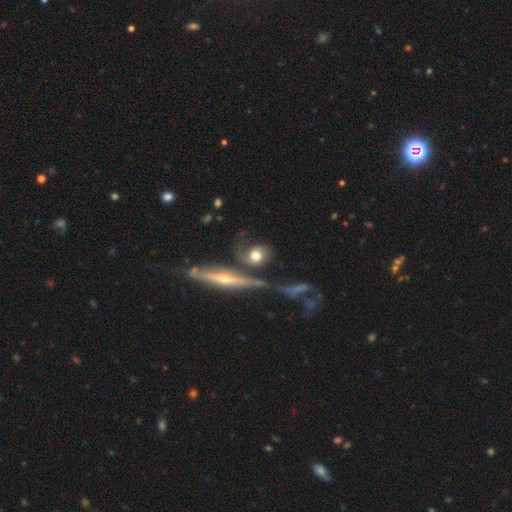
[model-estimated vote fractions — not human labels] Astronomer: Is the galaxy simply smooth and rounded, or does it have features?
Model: smooth — 50% (runner-up: featured or disk, 43%).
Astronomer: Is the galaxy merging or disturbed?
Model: none — 47%.